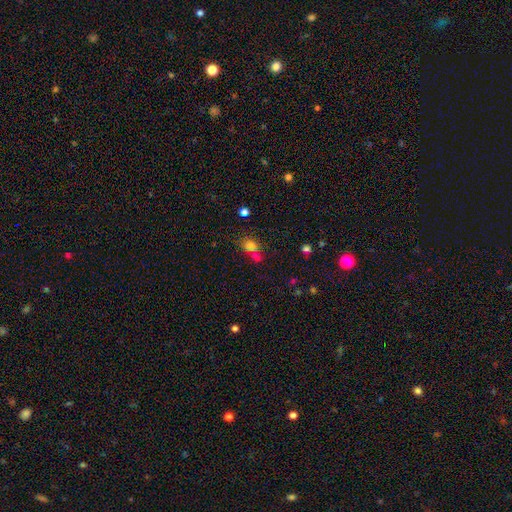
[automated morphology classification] The model was most divided on "merging": none: 53%, merger: 30%, minor disturbance: 12%, major disturbance: 5%. More confident: smooth or featured — smooth (70%); how rounded — round (70%).